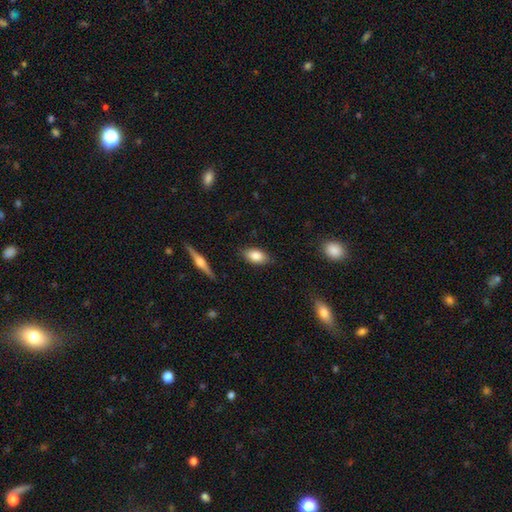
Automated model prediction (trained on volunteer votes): Smooth or featured: smooth — 82% (featured or disk — 11%)
How rounded: in between — 89% (cigar-shaped — 6%)
Merging: none — 84% (minor disturbance — 12%)